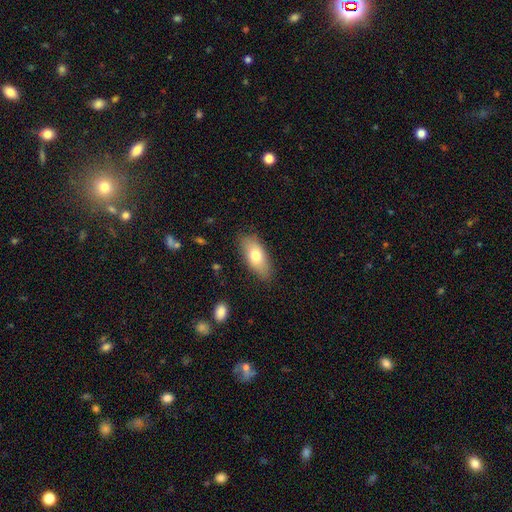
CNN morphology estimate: This appears to be a smooth galaxy with no disk features (71%) that is in between round and cigar-shaped (83%). Merging: none (83%).